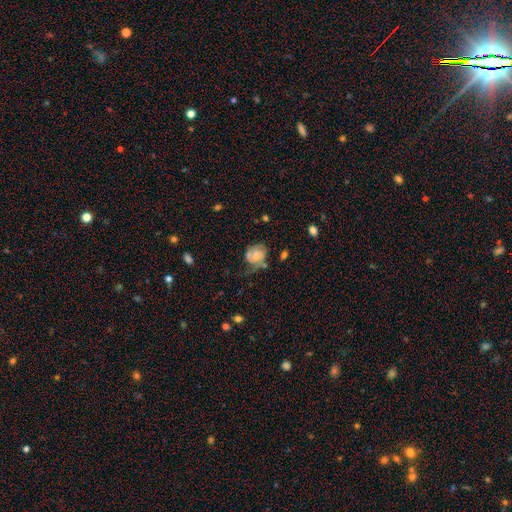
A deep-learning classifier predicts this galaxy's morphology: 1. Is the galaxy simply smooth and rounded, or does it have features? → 47% featured or disk, 44% smooth, 9% star or artifact.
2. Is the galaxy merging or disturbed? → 43% none, 29% minor disturbance, 21% major disturbance, 7% merger.